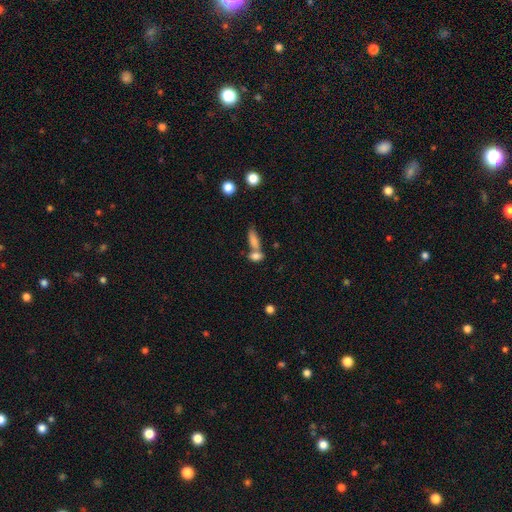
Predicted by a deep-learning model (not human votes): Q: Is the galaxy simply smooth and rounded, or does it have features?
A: smooth — 79%.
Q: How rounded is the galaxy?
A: in between — 77%.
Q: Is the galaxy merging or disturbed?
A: merger — 51%.